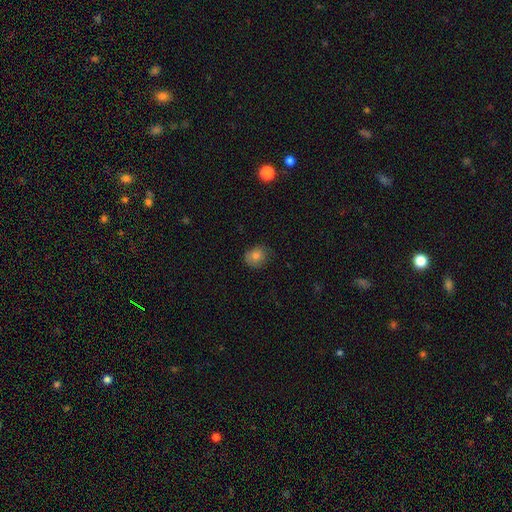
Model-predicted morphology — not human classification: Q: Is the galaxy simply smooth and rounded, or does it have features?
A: smooth — 79%.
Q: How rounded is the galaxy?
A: round — 74%.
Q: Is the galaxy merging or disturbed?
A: none — 73%.